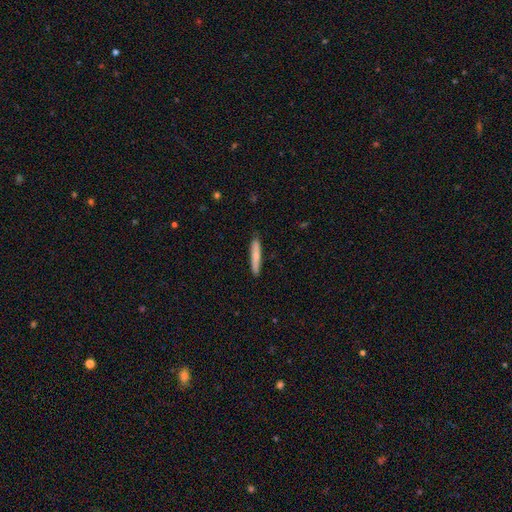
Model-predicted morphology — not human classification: Smooth or featured?
  - smooth: 76% *
  - featured or disk: 19%
  - star or artifact: 6%
How rounded?
  - cigar-shaped: 93% *
  - in between: 5%
  - round: 1%
Merging?
  - none: 88% *
  - minor disturbance: 9%
  - major disturbance: 2%
  - merger: 1%